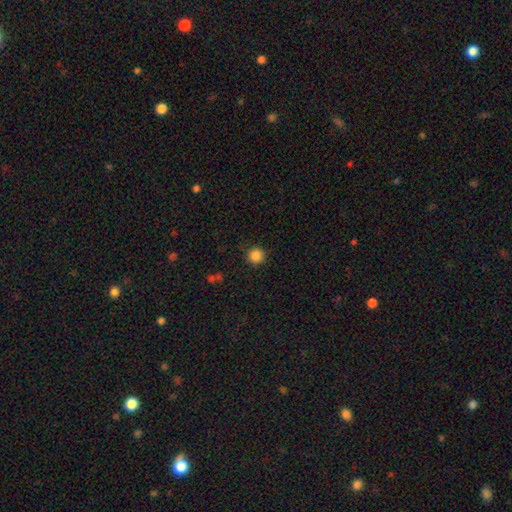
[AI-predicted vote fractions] Overall: smooth (86%). How rounded: round (95%). Merging: none (91%).